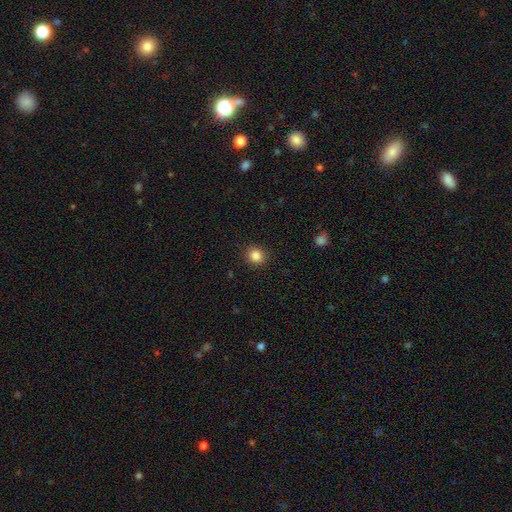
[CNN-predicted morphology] This appears to be a smooth galaxy with no disk features (85%) that is round (85%). Merging: none (91%).